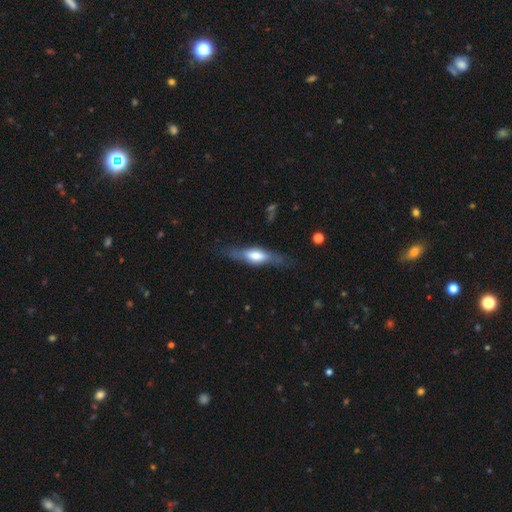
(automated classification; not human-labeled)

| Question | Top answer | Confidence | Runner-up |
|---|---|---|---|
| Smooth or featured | featured or disk | 52% | smooth (42%) |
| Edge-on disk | yes | 83% | no (17%) |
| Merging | none | 75% | minor disturbance (16%) |